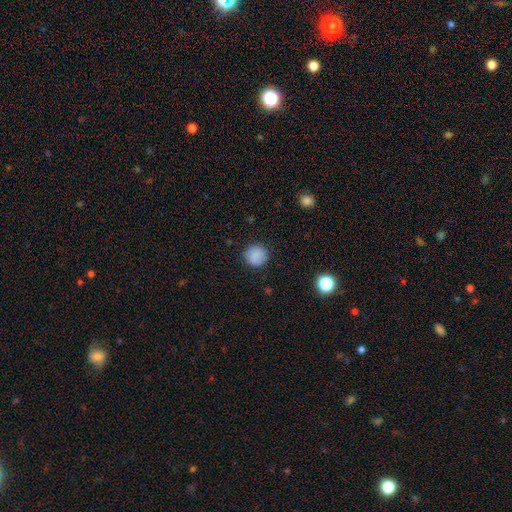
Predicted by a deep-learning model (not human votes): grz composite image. It shows a smooth galaxy with no disk features (87%) that is round (92%). Merging: none (88%).